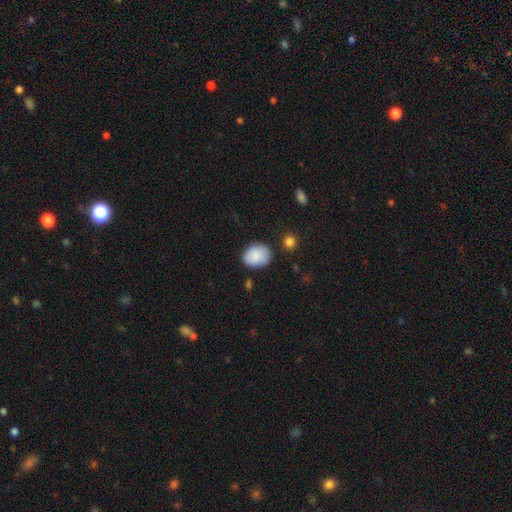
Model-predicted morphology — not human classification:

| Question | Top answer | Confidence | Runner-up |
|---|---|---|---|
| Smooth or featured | smooth | 84% | featured or disk (9%) |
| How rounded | in between | 51% | round (48%) |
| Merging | none | 75% | minor disturbance (18%) |